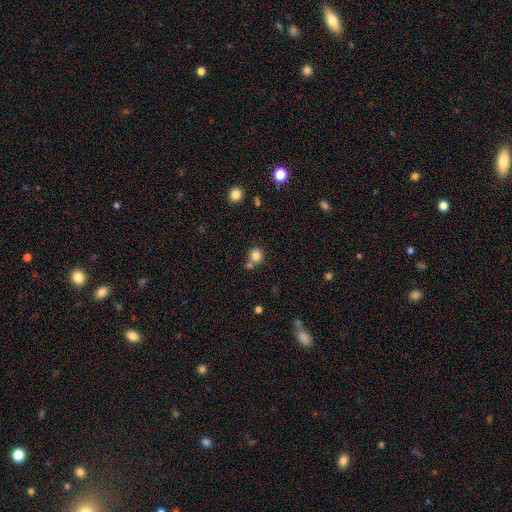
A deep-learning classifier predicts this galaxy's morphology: Smooth or featured: smooth — 82% (star or artifact — 12%)
How rounded: round — 88% (in between — 12%)
Merging: none — 59% (merger — 28%)